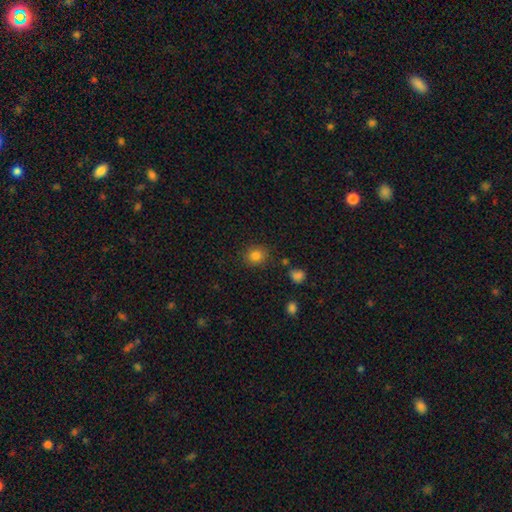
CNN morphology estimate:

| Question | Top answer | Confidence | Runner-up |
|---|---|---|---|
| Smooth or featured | smooth | 82% | star or artifact (13%) |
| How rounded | round | 77% | in between (23%) |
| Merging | none | 85% | minor disturbance (9%) |